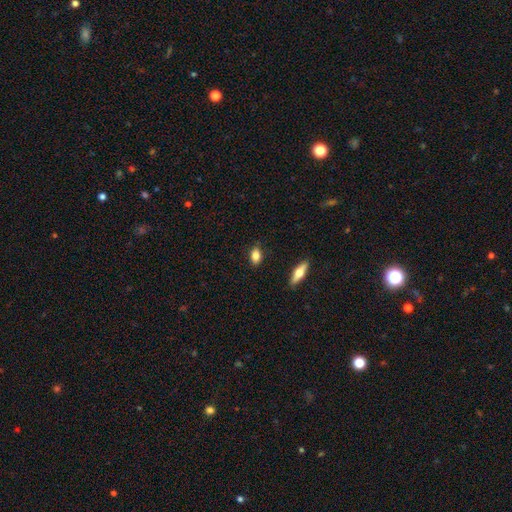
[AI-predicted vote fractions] Smooth or featured? smooth (81%)
How rounded? in between (83%)
Merging? none (84%)